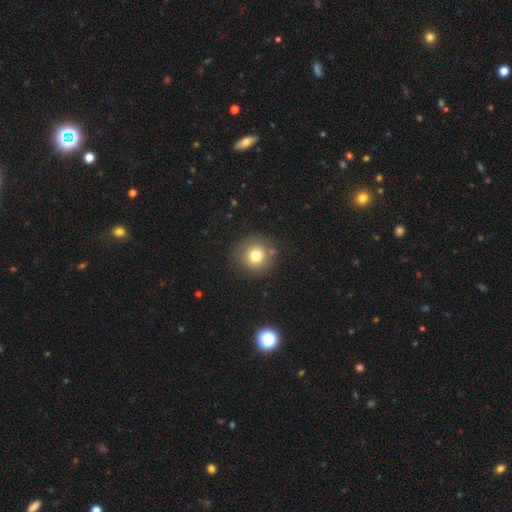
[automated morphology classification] Overall: smooth (75%). How rounded: round (93%). Merging: none (82%).